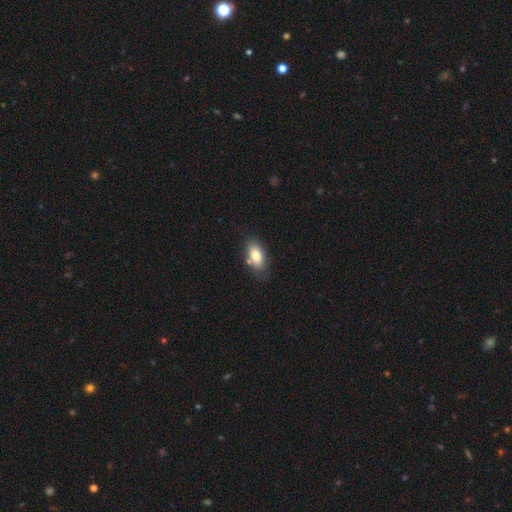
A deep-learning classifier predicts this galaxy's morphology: Overall: smooth (78%). How rounded: in between (88%). Merging: none (71%).